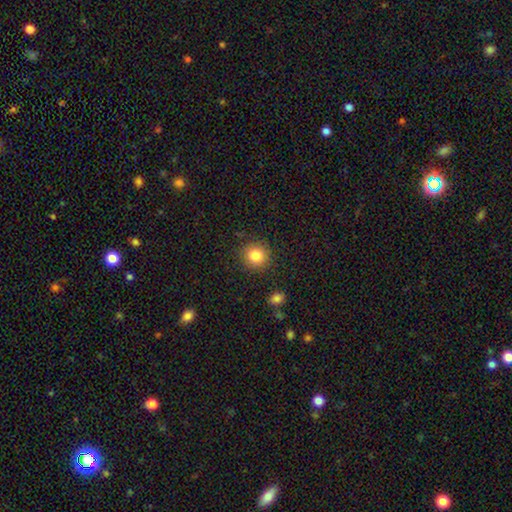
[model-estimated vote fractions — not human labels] A smooth galaxy with no disk features (84%) that is round (92%). Merging: none (88%).